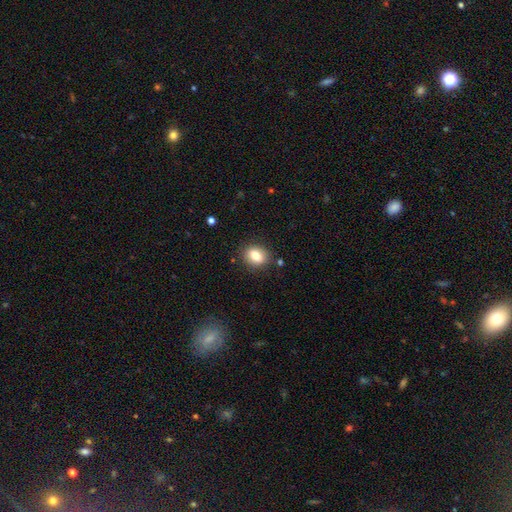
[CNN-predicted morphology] Q: Smooth or featured?
A: smooth (82%); runner-up: featured or disk (9%)
Q: How rounded?
A: in between (63%); runner-up: round (36%)
Q: Merging?
A: none (86%); runner-up: minor disturbance (10%)